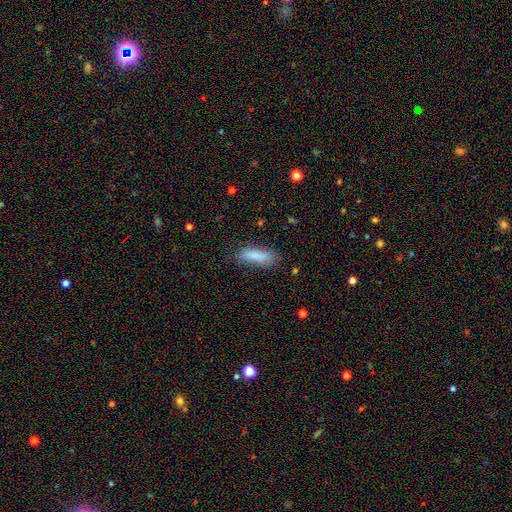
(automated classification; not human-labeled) Q: Smooth or featured?
A: smooth (85%); runner-up: featured or disk (8%)
Q: How rounded?
A: cigar-shaped (49%); tied with: in between (49%)
Q: Merging?
A: none (74%); runner-up: minor disturbance (19%)